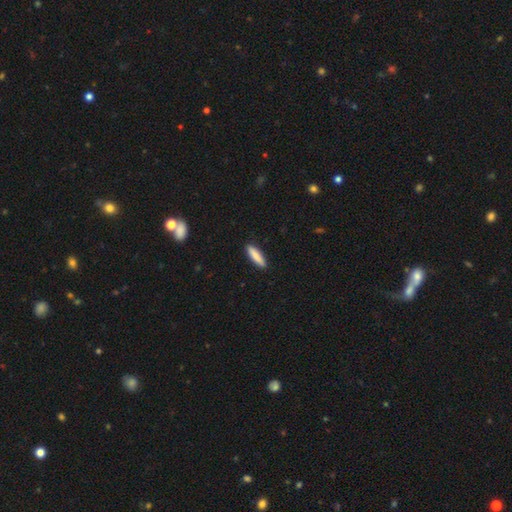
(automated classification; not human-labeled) The model was most divided on "how rounded": cigar-shaped: 75%, in between: 24%, round: 2%. More confident: merging — none (90%); smooth or featured — smooth (85%).